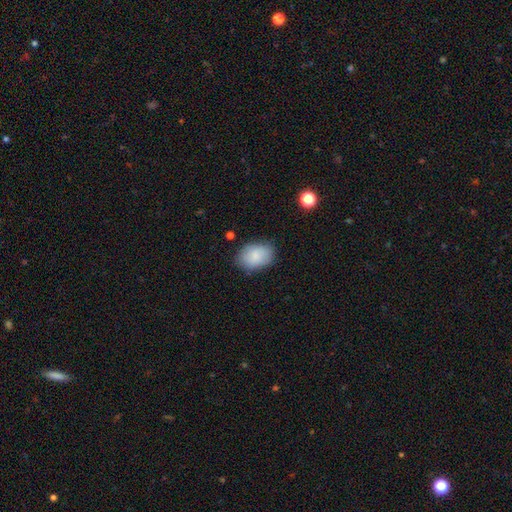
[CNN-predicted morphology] This is clearly a smooth galaxy (84%). How rounded: clearly in between (84%). Merging: likely none (78%).